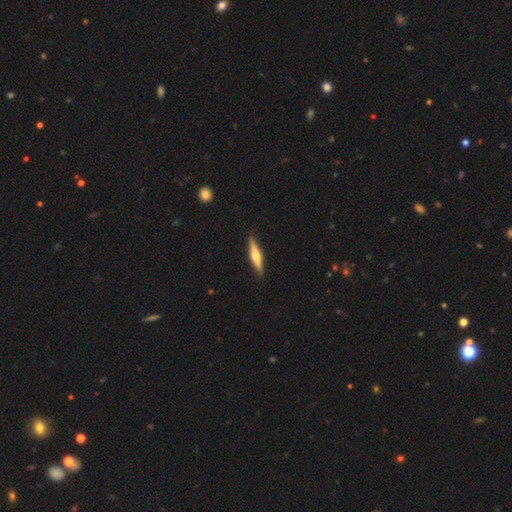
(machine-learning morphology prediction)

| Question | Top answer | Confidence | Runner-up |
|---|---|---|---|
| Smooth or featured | featured or disk | 68% | smooth (27%) |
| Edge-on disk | yes | 97% | no (3%) |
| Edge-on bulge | rounded | 93% | boxy (4%) |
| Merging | none | 90% | minor disturbance (7%) |